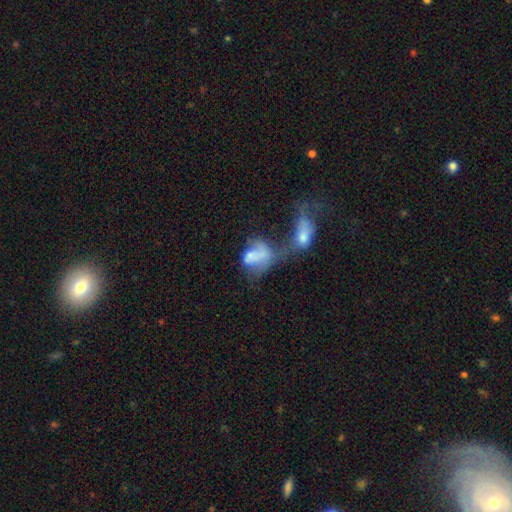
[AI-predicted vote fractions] smooth-or-featured: smooth: 55% | featured or disk: 34% | star or artifact: 11%
  how-rounded: in between: 79% | round: 18% | cigar-shaped: 3%
  merging: merger: 68% | major disturbance: 18% | none: 8% | minor disturbance: 6%